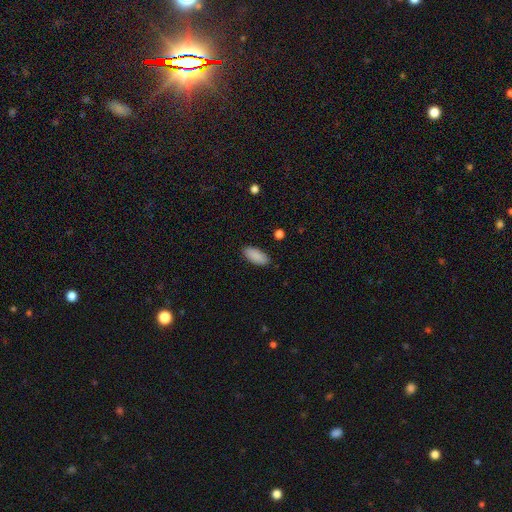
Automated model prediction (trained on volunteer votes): Q: Smooth or featured?
A: smooth (89%); runner-up: star or artifact (7%)
Q: How rounded?
A: in between (90%); runner-up: cigar-shaped (8%)
Q: Merging?
A: none (87%); runner-up: minor disturbance (10%)